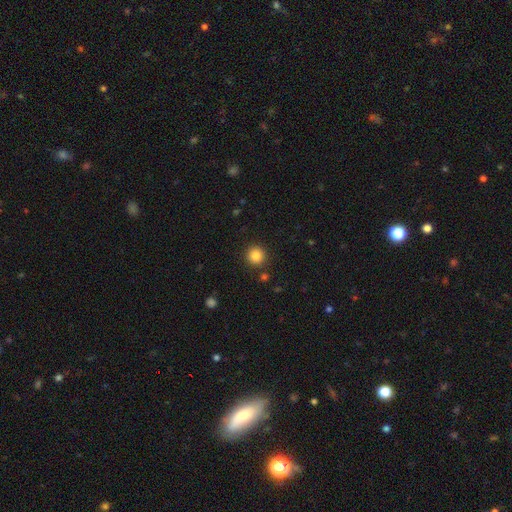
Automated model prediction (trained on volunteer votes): Morphology: type=smooth (85%); roundness=round (94%); merging=none (90%).